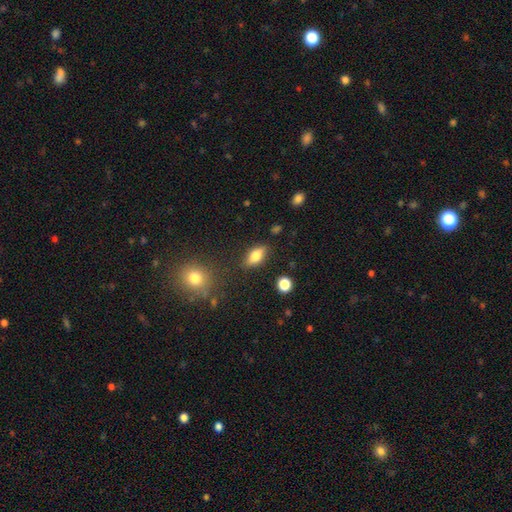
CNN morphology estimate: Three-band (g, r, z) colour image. It shows a smooth galaxy with no disk features (70%) that is in between round and cigar-shaped (81%). Merging: none (83%).